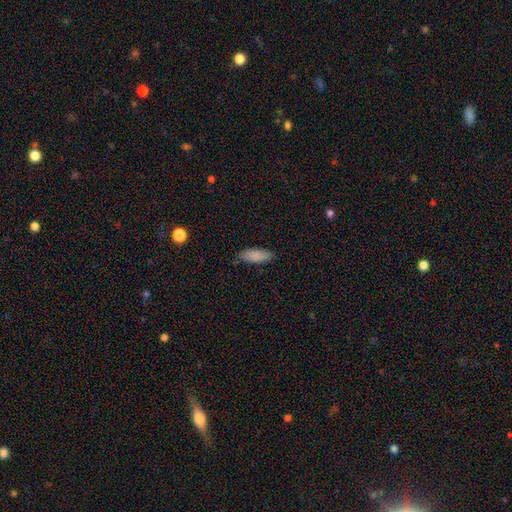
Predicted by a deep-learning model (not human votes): smooth-or-featured: smooth: 86% | featured or disk: 7% | star or artifact: 7%
  how-rounded: in between: 74% | cigar-shaped: 24% | round: 2%
  merging: none: 81% | minor disturbance: 15% | major disturbance: 3% | merger: 1%